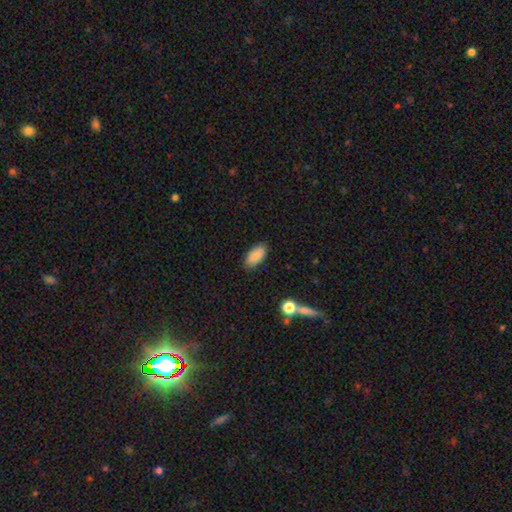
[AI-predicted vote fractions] This is clearly a smooth galaxy (86%). How rounded: clearly in between (92%). Merging: clearly none (86%).